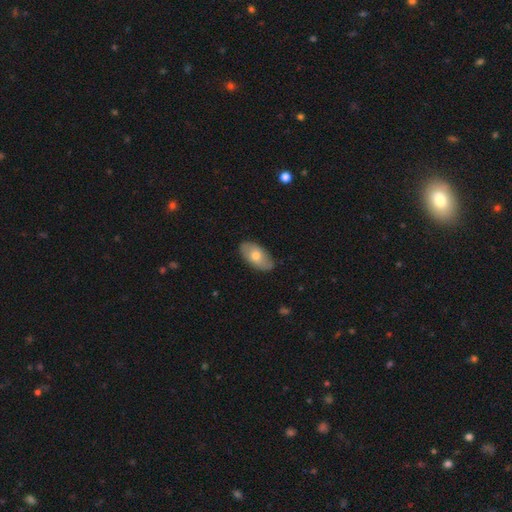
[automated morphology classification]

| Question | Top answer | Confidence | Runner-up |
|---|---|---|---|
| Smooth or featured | smooth | 64% | featured or disk (31%) |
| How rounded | in between | 94% | round (4%) |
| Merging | none | 84% | minor disturbance (13%) |